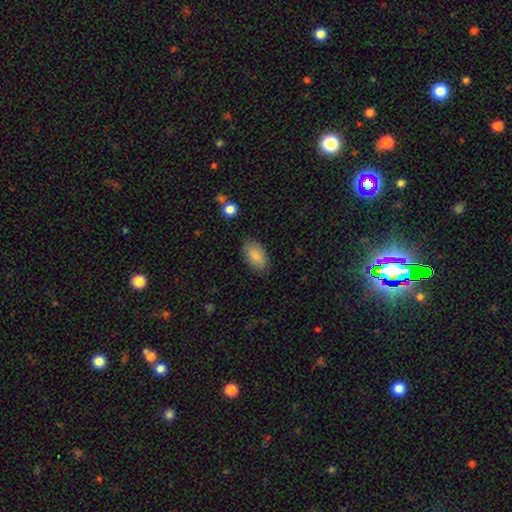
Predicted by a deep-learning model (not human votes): A smooth galaxy with no disk features (86%) that is in between round and cigar-shaped (94%).

Vote fractions:
- Smooth or featured? smooth: 86% / featured or disk: 7% / star or artifact: 7%
- How rounded? in between: 94% / round: 4% / cigar-shaped: 2%
- Merging? none: 83% / minor disturbance: 13% / major disturbance: 3% / merger: 1%